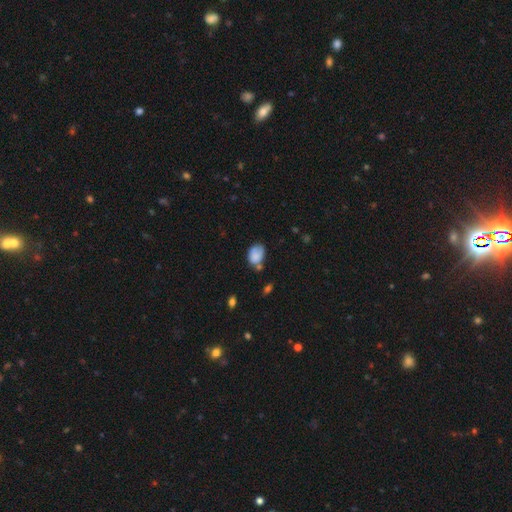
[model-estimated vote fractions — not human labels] smooth-or-featured: smooth: 80% | featured or disk: 12% | star or artifact: 8%
  how-rounded: in between: 73% | round: 26% | cigar-shaped: 1%
  merging: none: 42% | minor disturbance: 31% | merger: 15% | major disturbance: 11%